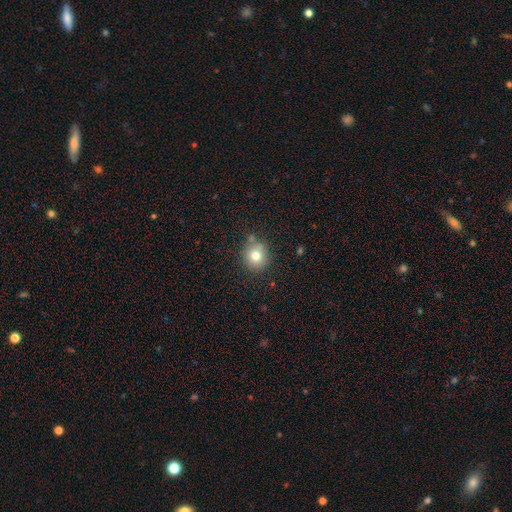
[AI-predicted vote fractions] smooth 76%, star or artifact 12%, featured or disk 12%. Down the decision tree: how rounded — round (87%); merging — none (79%).